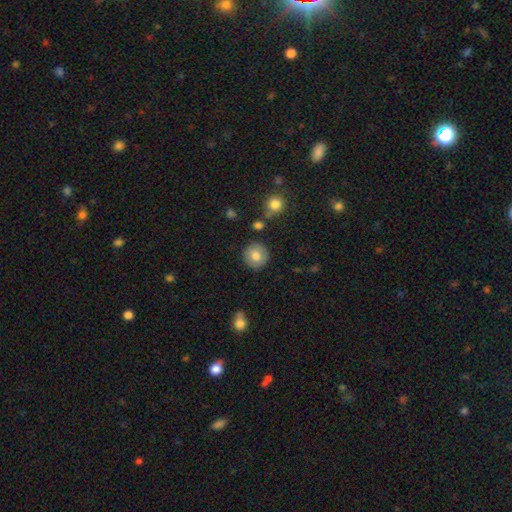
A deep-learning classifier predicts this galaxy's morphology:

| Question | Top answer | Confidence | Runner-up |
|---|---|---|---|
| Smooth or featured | smooth | 79% | featured or disk (13%) |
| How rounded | round | 92% | in between (7%) |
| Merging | none | 87% | minor disturbance (8%) |